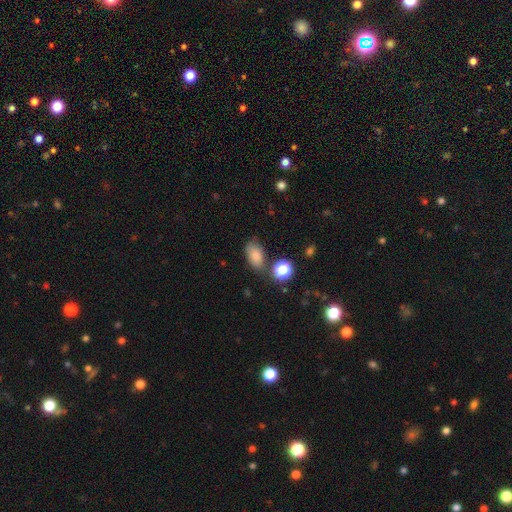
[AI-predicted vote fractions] smooth 81%, star or artifact 12%, featured or disk 8%. Down the decision tree: how rounded — in between (88%); merging — none (66%).